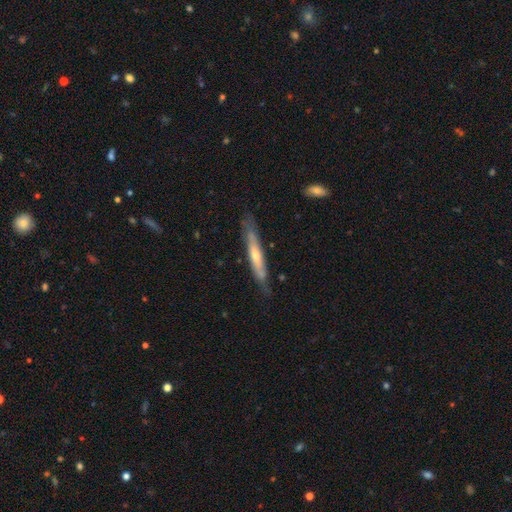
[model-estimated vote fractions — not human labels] This is likely a featured or disk galaxy (63%). It is likely viewed edge-on (77%). Merging: likely none (74%).